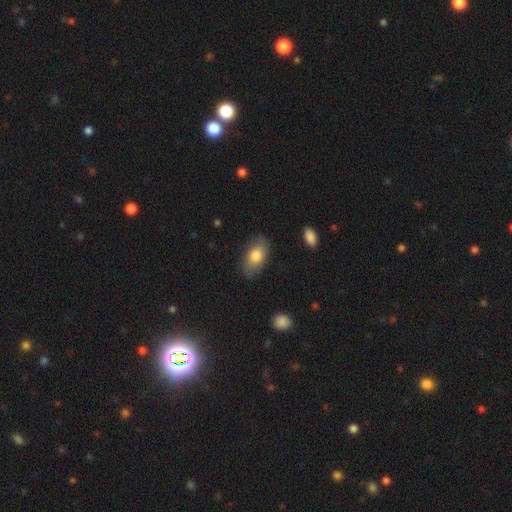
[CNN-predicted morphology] Smooth or featured: smooth — 77% (featured or disk — 16%)
How rounded: in between — 92% (round — 5%)
Merging: none — 78% (minor disturbance — 16%)